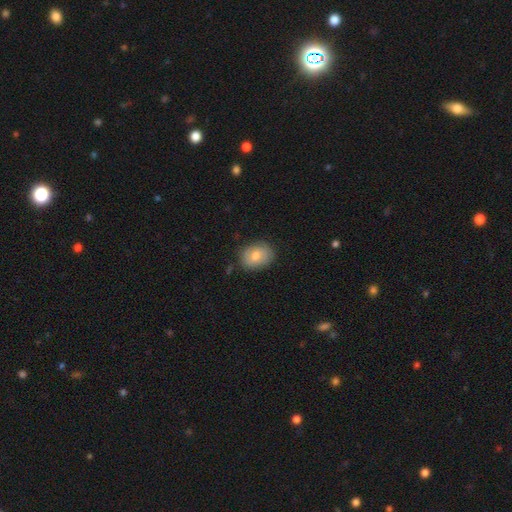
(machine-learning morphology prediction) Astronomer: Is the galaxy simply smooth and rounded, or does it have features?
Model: smooth — 70%.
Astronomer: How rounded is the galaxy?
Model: in between — 60% (runner-up: round, 39%).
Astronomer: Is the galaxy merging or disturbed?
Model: none — 81%.